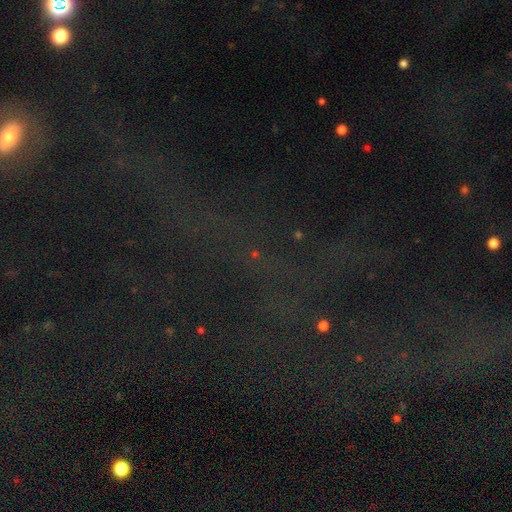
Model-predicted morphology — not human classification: Overall: star or artifact (72%).